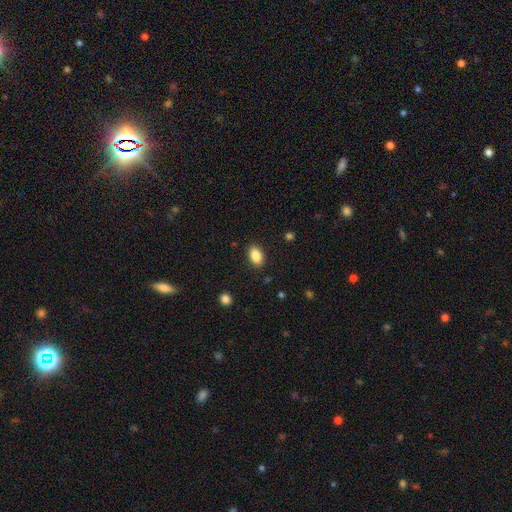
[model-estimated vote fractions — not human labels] Overall: smooth (87%). How rounded: in between (90%). Merging: none (88%).